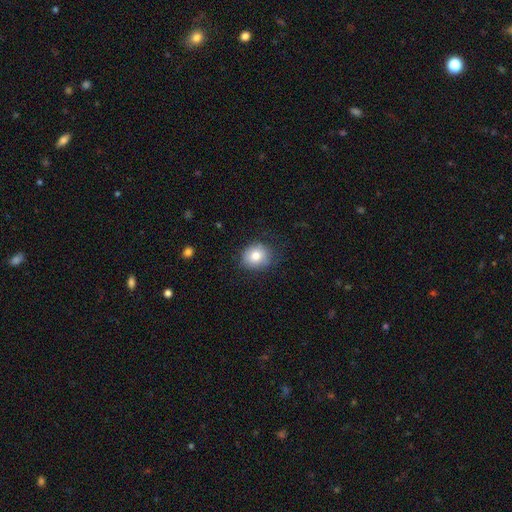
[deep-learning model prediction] Smooth or featured? smooth (81%)
How rounded? round (76%)
Merging? none (79%)